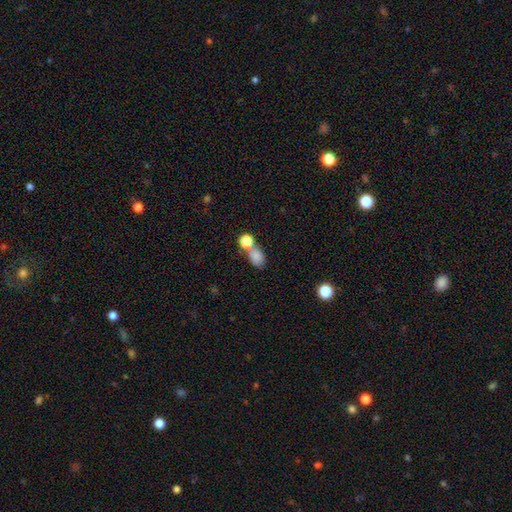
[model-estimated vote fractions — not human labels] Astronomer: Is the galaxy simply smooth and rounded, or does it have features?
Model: smooth — 81%.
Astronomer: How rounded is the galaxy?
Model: in between — 73%.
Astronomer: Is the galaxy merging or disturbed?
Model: none — 47% (runner-up: merger, 35%).